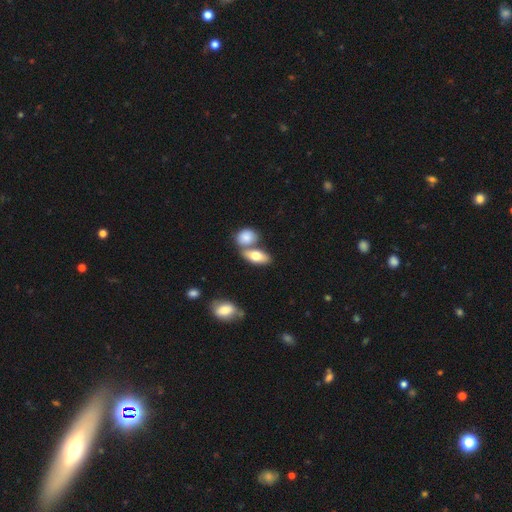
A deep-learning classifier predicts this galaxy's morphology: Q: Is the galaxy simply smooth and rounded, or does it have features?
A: smooth — 74%.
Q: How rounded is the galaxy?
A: in between — 83%.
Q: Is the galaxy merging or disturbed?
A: none — 49%.